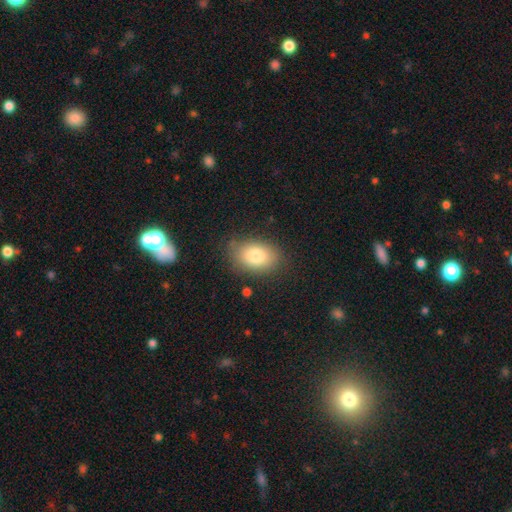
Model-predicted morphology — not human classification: This is clearly a smooth galaxy (81%). How rounded: clearly in between (84%). Merging: likely none (80%).